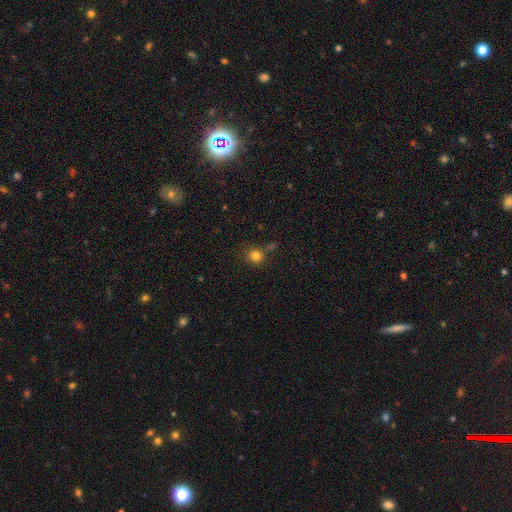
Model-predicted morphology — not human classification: This is clearly a smooth galaxy (81%). How rounded: clearly round (86%). Merging: likely none (69%).